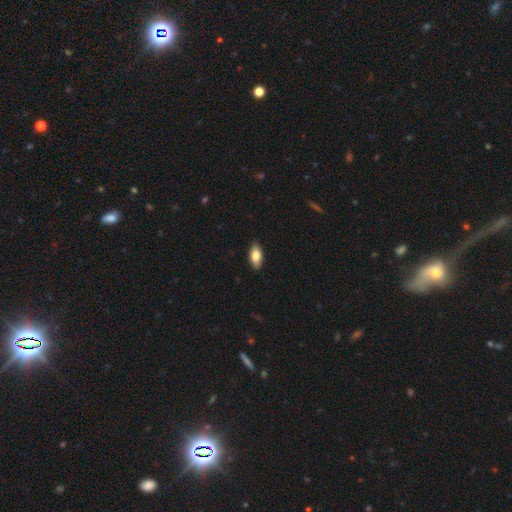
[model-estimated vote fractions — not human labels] A smooth galaxy with no disk features (79%) that is in between round and cigar-shaped (89%).

Vote fractions:
- Smooth or featured? smooth: 79% / featured or disk: 15% / star or artifact: 6%
- How rounded? in between: 89% / cigar-shaped: 8% / round: 3%
- Merging? none: 89% / minor disturbance: 9% / major disturbance: 2% / merger: 1%